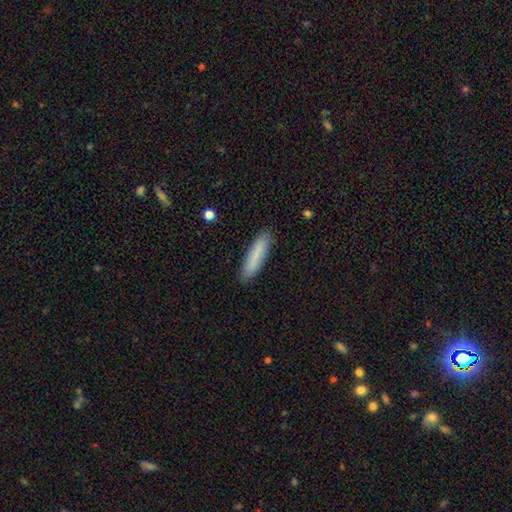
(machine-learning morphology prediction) smooth_or_featured: smooth (p=0.82) [alt: featured or disk p=0.11]
how_rounded: cigar-shaped (p=0.81) [alt: in between p=0.18]
merging: none (p=0.88) [alt: minor disturbance p=0.09]